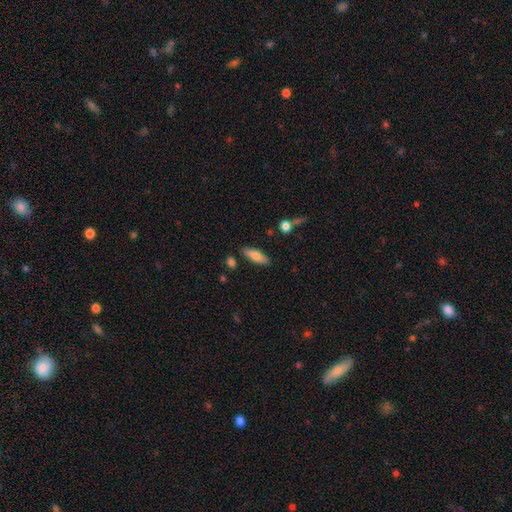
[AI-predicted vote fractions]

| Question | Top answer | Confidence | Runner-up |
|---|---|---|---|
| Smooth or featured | smooth | 77% | featured or disk (17%) |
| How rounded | in between | 54% | cigar-shaped (44%) |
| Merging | none | 84% | minor disturbance (11%) |